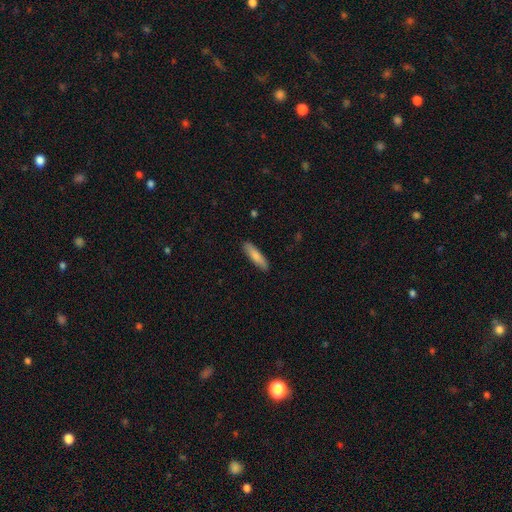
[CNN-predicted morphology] smooth-or-featured: smooth: 82% | featured or disk: 13% | star or artifact: 5%
  how-rounded: cigar-shaped: 74% | in between: 25% | round: 1%
  merging: none: 89% | minor disturbance: 8% | major disturbance: 2% | merger: 1%